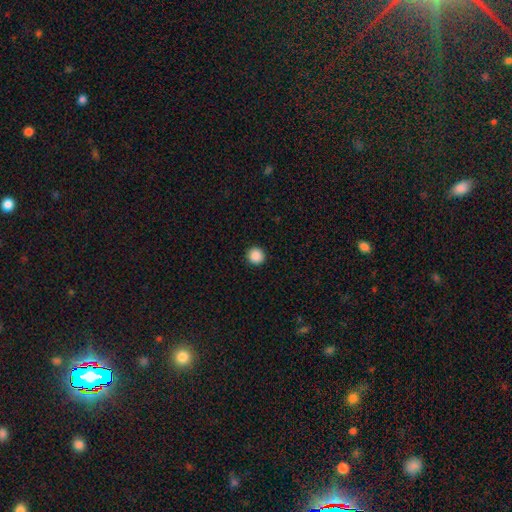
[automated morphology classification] smooth-or-featured: smooth: 88% | star or artifact: 9% | featured or disk: 2%
  how-rounded: round: 95% | in between: 4% | cigar-shaped: 1%
  merging: none: 93% | minor disturbance: 4% | major disturbance: 2% | merger: 1%